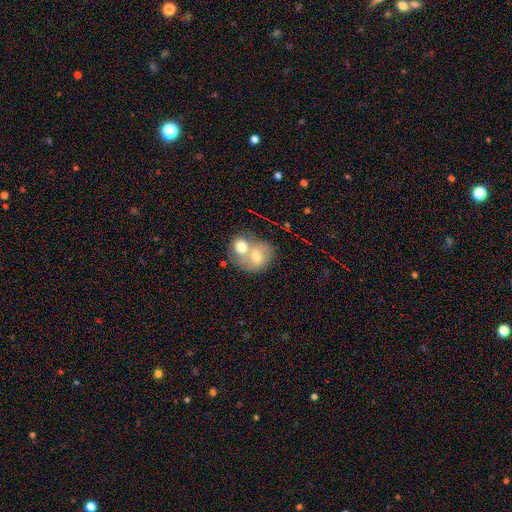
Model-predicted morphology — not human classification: Smooth or featured: smooth — 66% (featured or disk — 25%)
How rounded: round — 64% (in between — 35%)
Merging: merger — 69% (none — 22%)